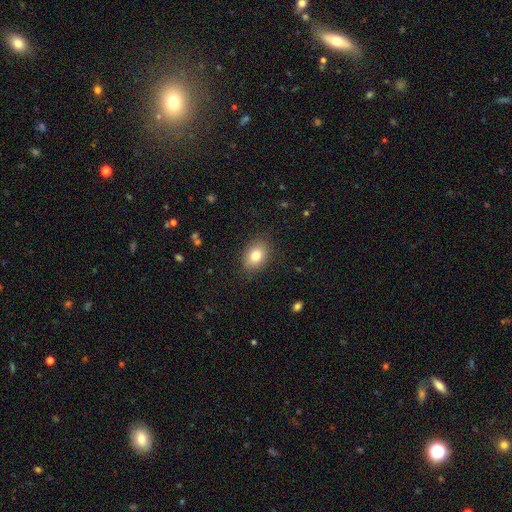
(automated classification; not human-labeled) A smooth galaxy with no disk features (80%) that is in between round and cigar-shaped (68%). Merging: none (86%).